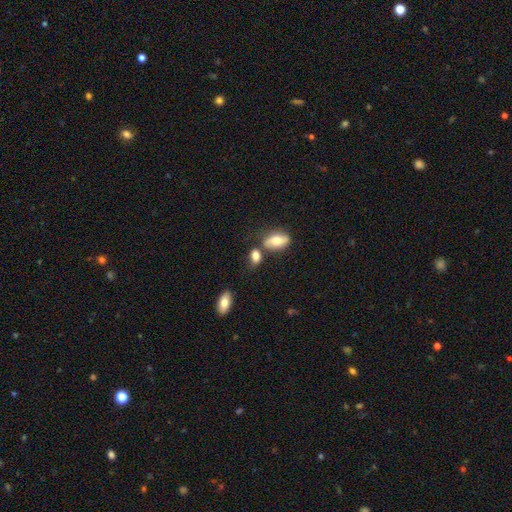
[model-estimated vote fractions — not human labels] The model was most divided on "merging": none: 56%, merger: 21%, minor disturbance: 17%, major disturbance: 6%. More confident: how rounded — in between (80%); smooth or featured — smooth (78%).